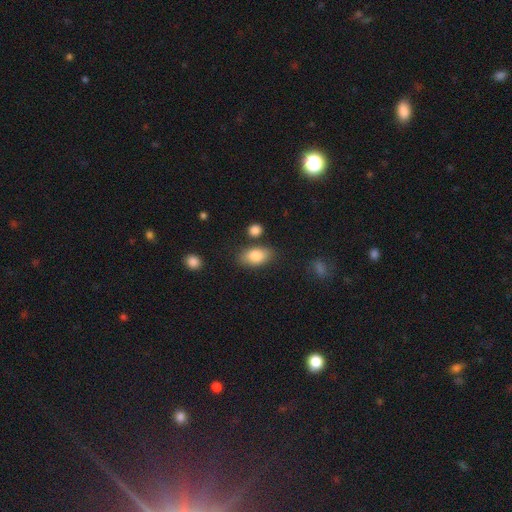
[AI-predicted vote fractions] This appears to be a smooth galaxy with no disk features (83%) that is in between round and cigar-shaped (89%). Merging: none (77%).